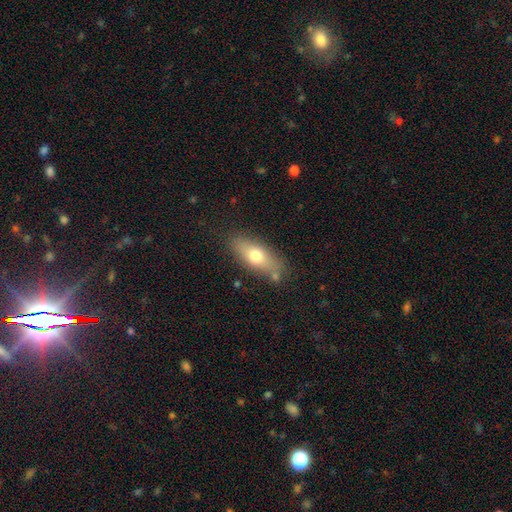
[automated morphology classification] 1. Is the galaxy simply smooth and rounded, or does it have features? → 68% smooth, 24% featured or disk, 8% star or artifact.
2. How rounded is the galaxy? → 72% in between, 23% cigar-shaped, 5% round.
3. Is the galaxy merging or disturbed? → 77% none, 14% minor disturbance, 5% merger, 4% major disturbance.